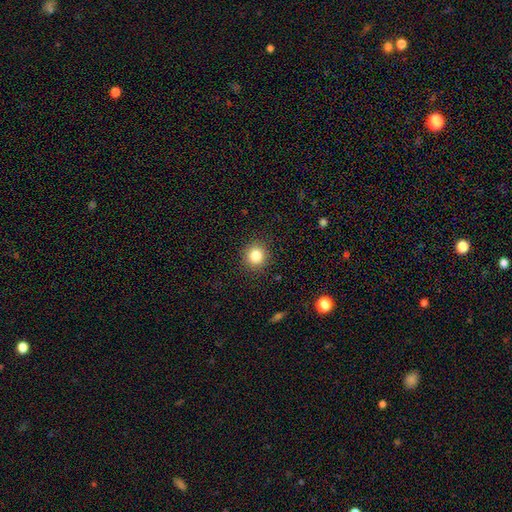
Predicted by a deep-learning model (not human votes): Q: Smooth or featured?
A: smooth (83%); runner-up: star or artifact (11%)
Q: How rounded?
A: round (90%); runner-up: in between (9%)
Q: Merging?
A: none (90%); runner-up: minor disturbance (7%)